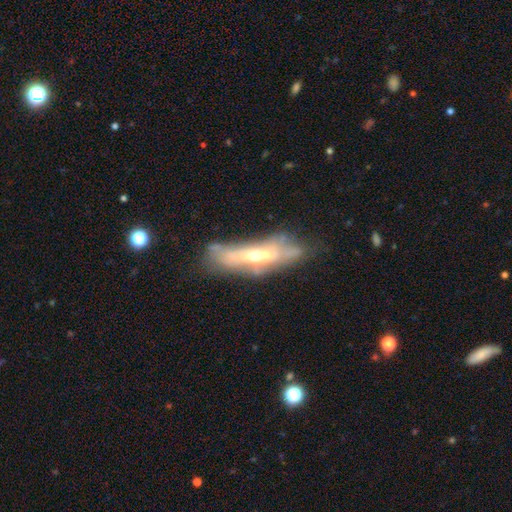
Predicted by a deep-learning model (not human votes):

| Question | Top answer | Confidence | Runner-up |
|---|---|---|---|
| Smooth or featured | featured or disk | 65% | smooth (27%) |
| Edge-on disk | no | 58% | yes (42%) |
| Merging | none | 50% | minor disturbance (25%) |